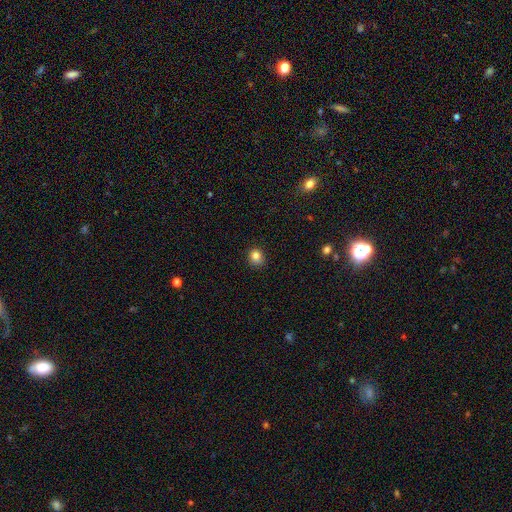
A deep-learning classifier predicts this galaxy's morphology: smooth_or_featured: smooth (p=0.84) [alt: star or artifact p=0.11]
how_rounded: round (p=0.76) [alt: in between p=0.23]
merging: none (p=0.88) [alt: minor disturbance p=0.09]